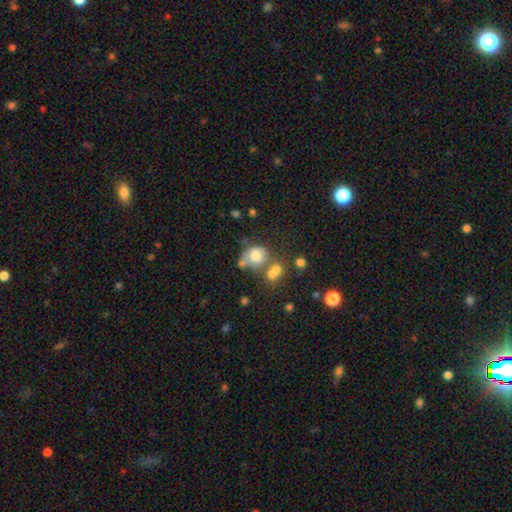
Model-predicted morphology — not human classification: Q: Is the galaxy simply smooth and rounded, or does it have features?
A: smooth — 71%.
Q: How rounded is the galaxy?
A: round — 65%.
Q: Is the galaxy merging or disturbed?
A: merger — 39%.